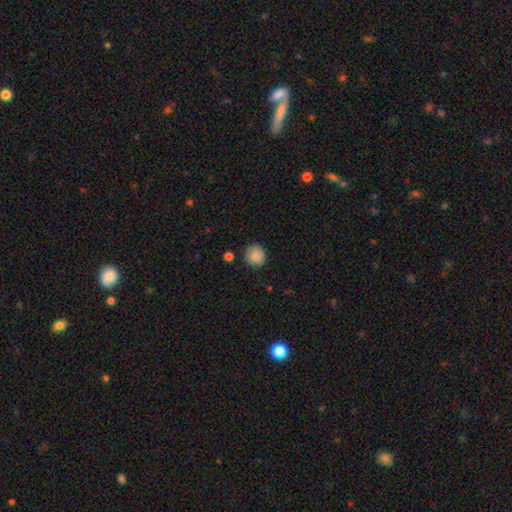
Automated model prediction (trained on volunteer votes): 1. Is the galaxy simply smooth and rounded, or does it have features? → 86% smooth, 8% star or artifact, 5% featured or disk.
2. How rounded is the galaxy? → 87% round, 12% in between, 1% cigar-shaped.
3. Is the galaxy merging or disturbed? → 86% none, 9% minor disturbance, 2% major disturbance, 2% merger.